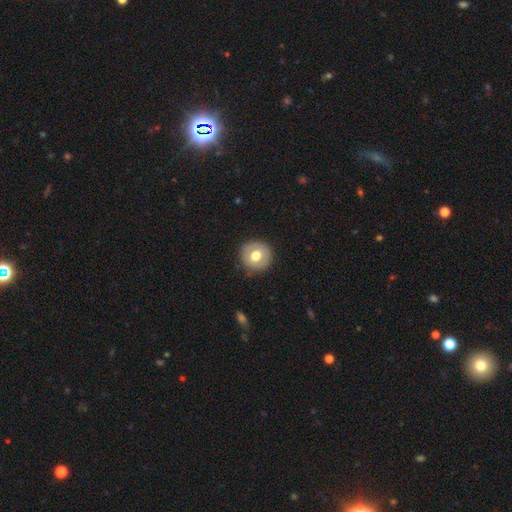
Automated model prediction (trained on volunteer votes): smooth_or_featured: smooth (p=0.64) [alt: featured or disk p=0.28]
how_rounded: round (p=0.94) [alt: in between p=0.05]
merging: none (p=0.87) [alt: minor disturbance p=0.09]